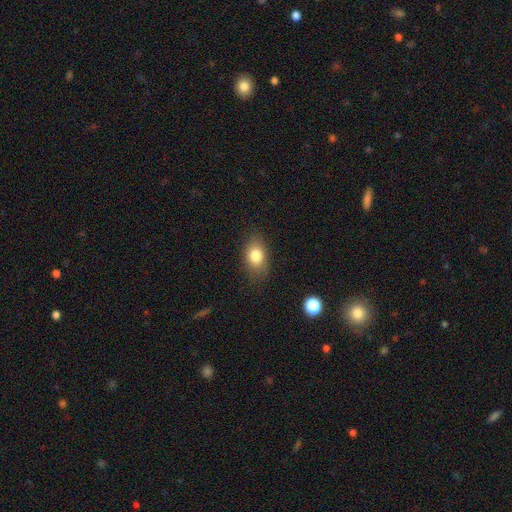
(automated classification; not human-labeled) Smooth or featured?
  - smooth: 80% *
  - featured or disk: 11%
  - star or artifact: 9%
How rounded?
  - in between: 79% *
  - round: 19%
  - cigar-shaped: 2%
Merging?
  - none: 81% *
  - minor disturbance: 14%
  - major disturbance: 4%
  - merger: 1%